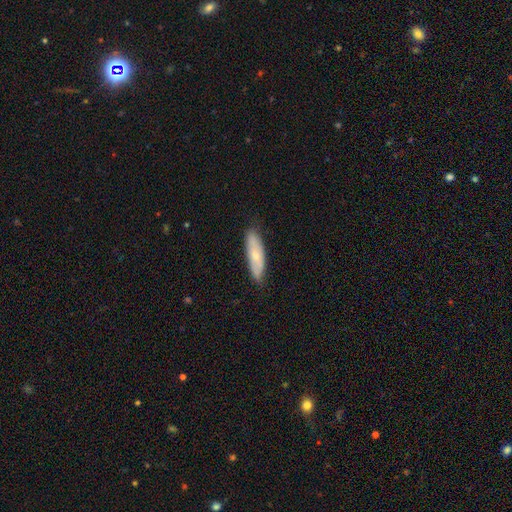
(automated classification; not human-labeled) Smooth or featured: smooth — 59% (featured or disk — 35%)
How rounded: cigar-shaped — 57% (in between — 41%)
Merging: none — 82% (minor disturbance — 14%)